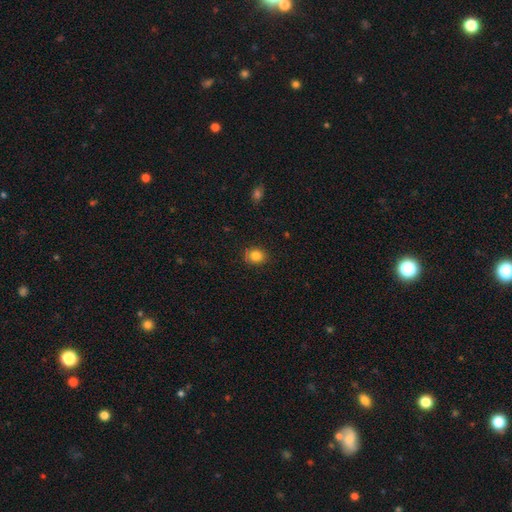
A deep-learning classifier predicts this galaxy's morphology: Smooth or featured? smooth (85%)
How rounded? round (65%)
Merging? none (85%)